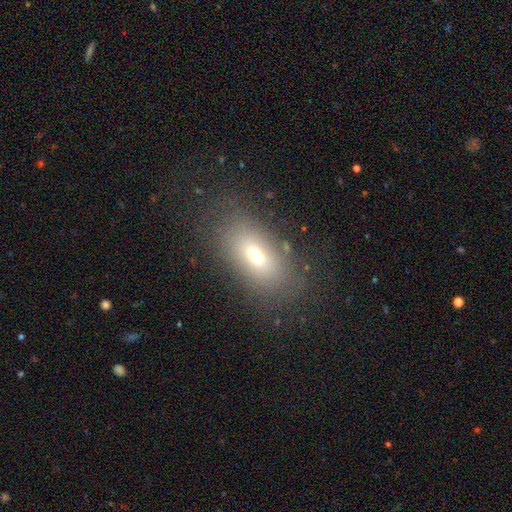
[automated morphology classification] This is likely a smooth galaxy (65%). How rounded: clearly in between (85%). Merging: likely none (77%).